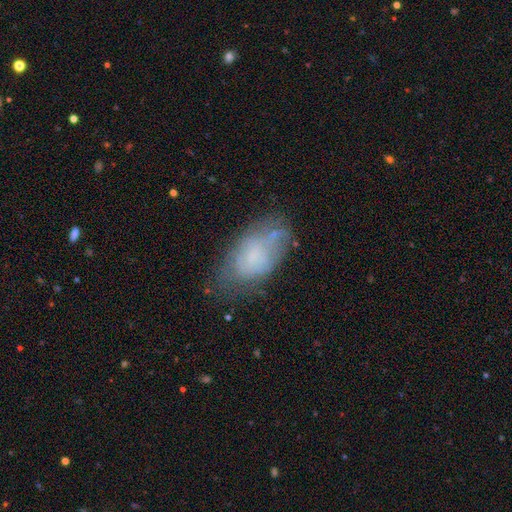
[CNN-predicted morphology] The model was most divided on "smooth or featured": smooth: 59%, featured or disk: 30%, star or artifact: 11%. More confident: how rounded — in between (91%); merging — none (57%).